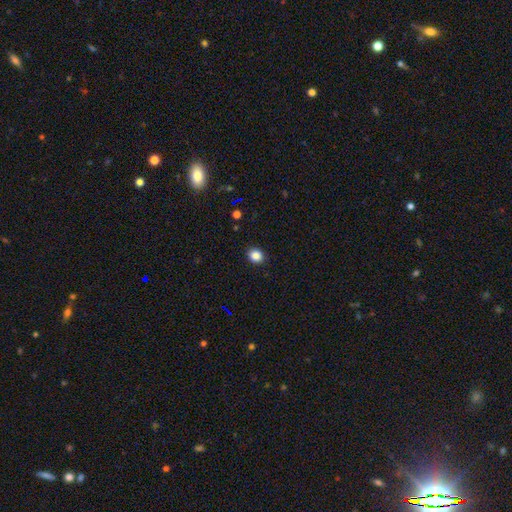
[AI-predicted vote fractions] A smooth galaxy with no disk features (86%) that is round (75%).

Vote fractions:
- Smooth or featured? smooth: 86% / star or artifact: 11% / featured or disk: 3%
- How rounded? round: 75% / in between: 24% / cigar-shaped: 1%
- Merging? none: 92% / minor disturbance: 6% / major disturbance: 2% / merger: 1%